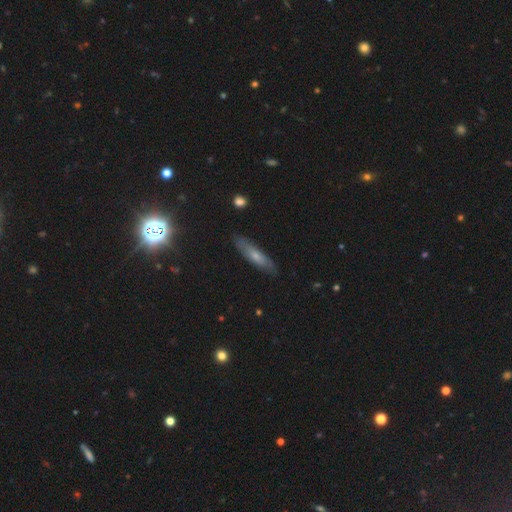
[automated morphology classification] type=smooth (53%); roundness=cigar-shaped (74%); merging=none (82%).